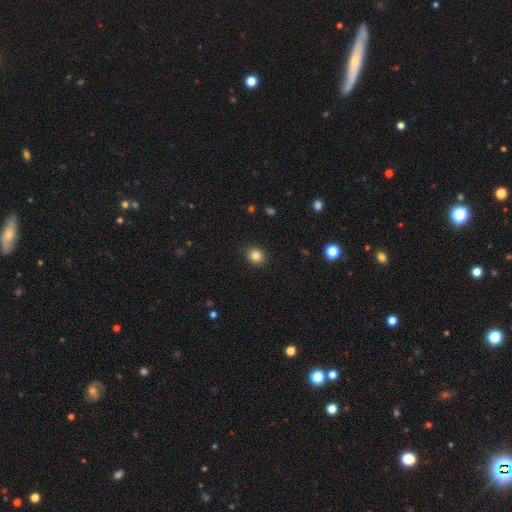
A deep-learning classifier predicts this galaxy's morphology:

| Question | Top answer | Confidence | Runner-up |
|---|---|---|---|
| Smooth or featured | smooth | 83% | star or artifact (11%) |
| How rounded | round | 71% | in between (28%) |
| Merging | none | 89% | minor disturbance (7%) |